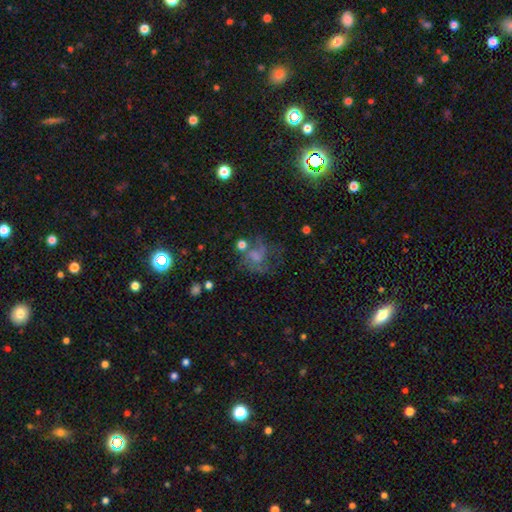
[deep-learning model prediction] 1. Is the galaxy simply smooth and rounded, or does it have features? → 47% featured or disk, 30% star or artifact, 23% smooth.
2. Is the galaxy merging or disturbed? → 49% none, 23% major disturbance, 18% minor disturbance, 9% merger.